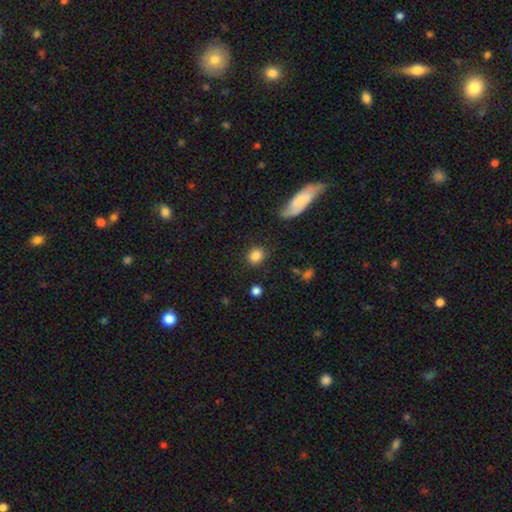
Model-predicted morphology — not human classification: This is clearly a smooth galaxy (85%). How rounded: likely round (78%). Merging: clearly none (84%).